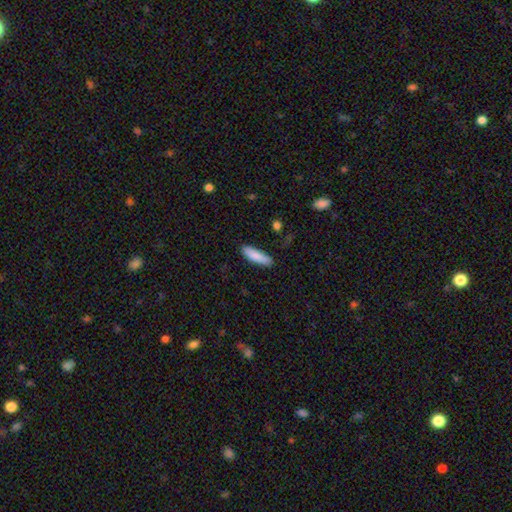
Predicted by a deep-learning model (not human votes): Morphology: type=smooth (86%); roundness=cigar-shaped (65%); merging=none (86%).